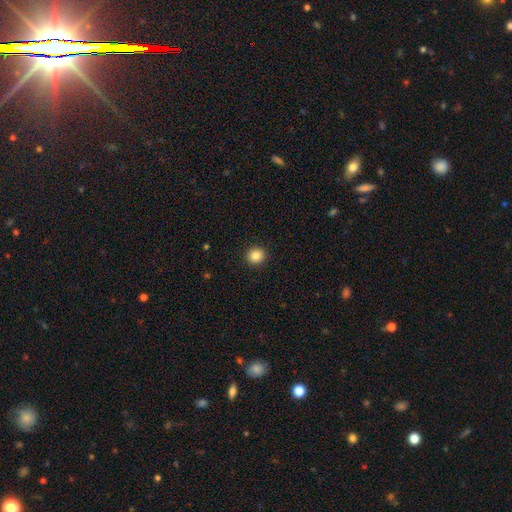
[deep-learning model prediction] smooth 86%, star or artifact 10%, featured or disk 4%. Down the decision tree: how rounded — round (90%); merging — none (92%).